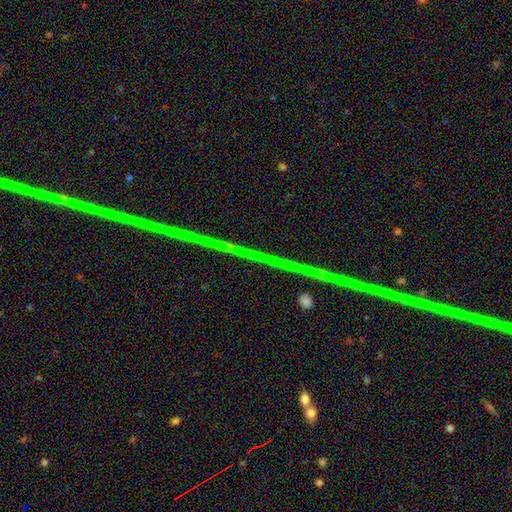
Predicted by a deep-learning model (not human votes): The model was most divided on "smooth or featured": star or artifact: 69%, featured or disk: 22%, smooth: 9%.